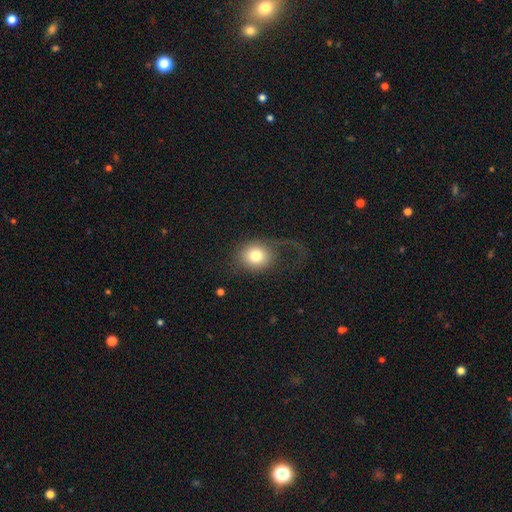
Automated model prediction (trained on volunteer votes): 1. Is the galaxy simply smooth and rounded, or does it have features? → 74% smooth, 17% featured or disk, 9% star or artifact.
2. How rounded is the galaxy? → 69% round, 30% in between, 1% cigar-shaped.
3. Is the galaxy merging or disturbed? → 42% none, 39% major disturbance, 16% minor disturbance, 2% merger.